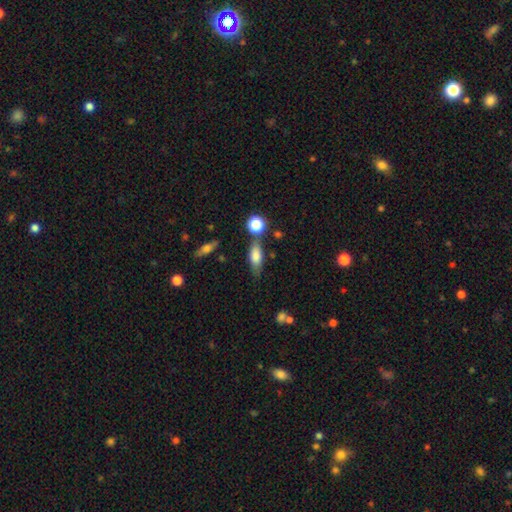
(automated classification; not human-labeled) This appears to be a smooth galaxy with no disk features (72%) that is in between round and cigar-shaped (68%). Merging: none (61%).